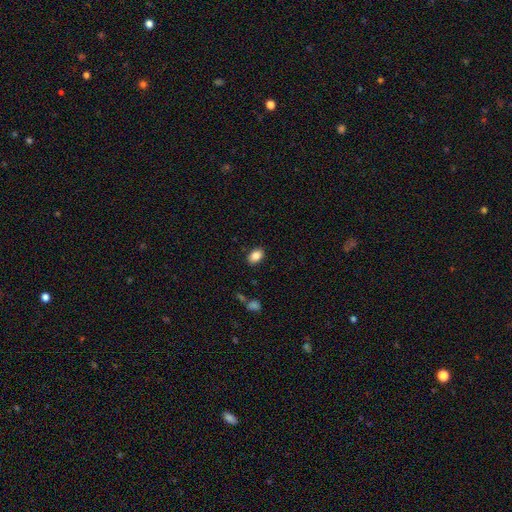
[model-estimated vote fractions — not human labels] Smooth or featured? Predicted: smooth (p=0.86). How rounded? Predicted: in between (p=0.83). Merging? Predicted: none (p=0.86).